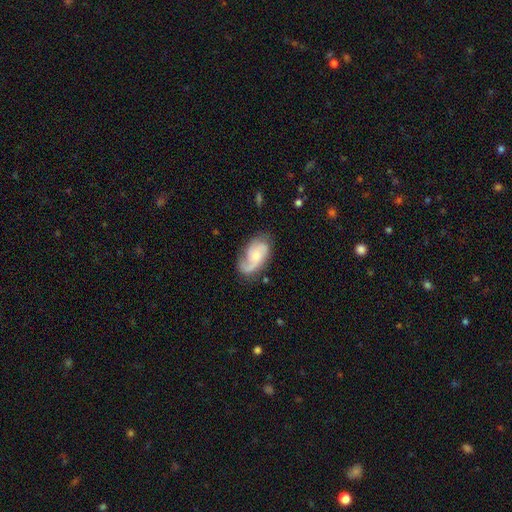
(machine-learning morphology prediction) The model was most divided on "bulge size" (2-way tie): moderate: 44%, small: 44%, none: 6%, large: 5%, dominant: 1%. Remaining: edge-on disk — no (96%); spiral arms — yes (95%); smooth or featured — featured or disk (75%); bar — no (66%); merging — none (64%); spiral arm count — 2 (61%); spiral winding — medium (45%).